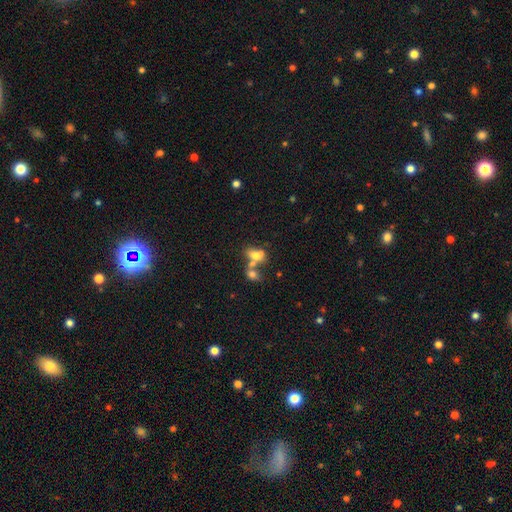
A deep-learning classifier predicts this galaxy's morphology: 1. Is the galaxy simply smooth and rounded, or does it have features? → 63% smooth, 24% featured or disk, 13% star or artifact.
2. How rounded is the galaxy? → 72% in between, 25% round, 3% cigar-shaped.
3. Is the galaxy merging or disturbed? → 58% merger, 26% none, 9% minor disturbance, 6% major disturbance.